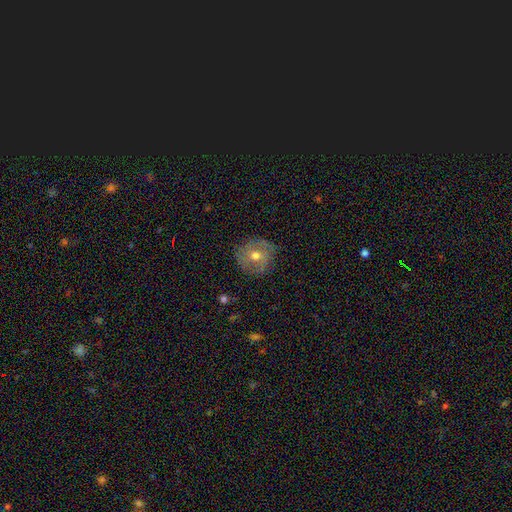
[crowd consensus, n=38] This appears to be a featured or disk galaxy (66%) with no bar (79%), tight (78%) spiral arms (75%) and a moderate central bulge (79%). Merging: none (83%).